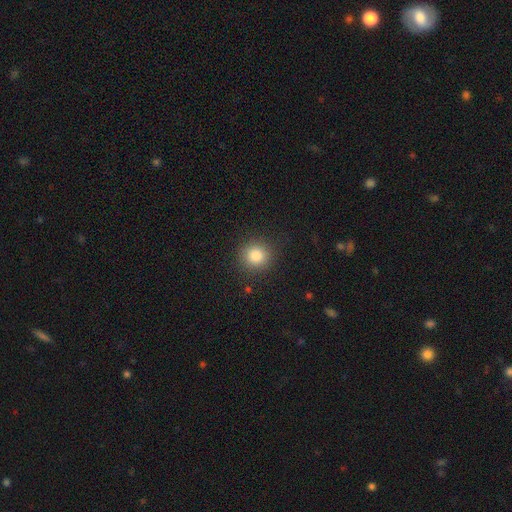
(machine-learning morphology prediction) A smooth galaxy with no disk features (83%) that is round (91%).

Vote fractions:
- Smooth or featured? smooth: 83% / star or artifact: 11% / featured or disk: 5%
- How rounded? round: 91% / in between: 8% / cigar-shaped: 1%
- Merging? none: 89% / minor disturbance: 7% / major disturbance: 3% / merger: 1%